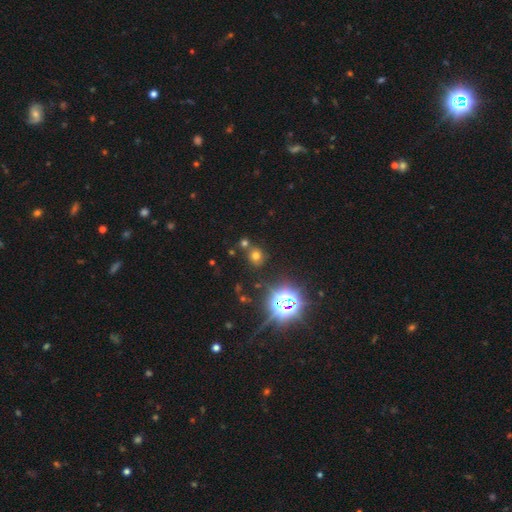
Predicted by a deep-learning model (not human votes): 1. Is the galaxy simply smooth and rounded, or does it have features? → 59% smooth, 32% star or artifact, 9% featured or disk.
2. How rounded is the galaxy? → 76% round, 23% in between, 1% cigar-shaped.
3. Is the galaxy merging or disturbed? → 73% none, 14% merger, 9% minor disturbance, 4% major disturbance.